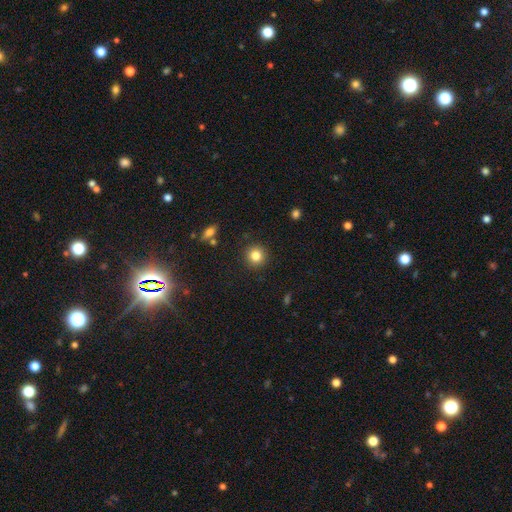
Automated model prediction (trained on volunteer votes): Overall: smooth (83%). How rounded: round (93%). Merging: none (91%).